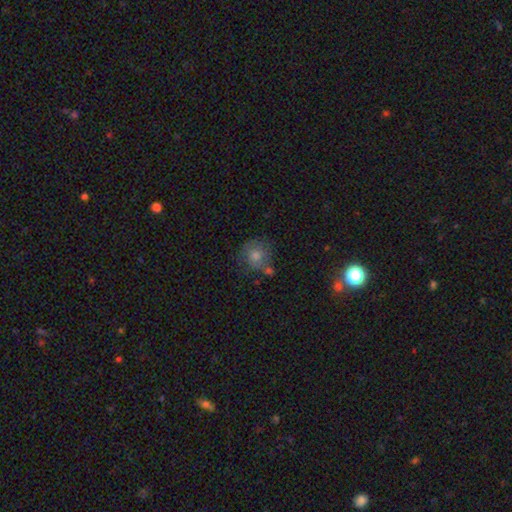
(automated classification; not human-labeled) smooth-or-featured: smooth: 61% | featured or disk: 23% | star or artifact: 16%
  how-rounded: round: 87% | in between: 12% | cigar-shaped: 1%
  merging: none: 65% | minor disturbance: 18% | merger: 10% | major disturbance: 7%